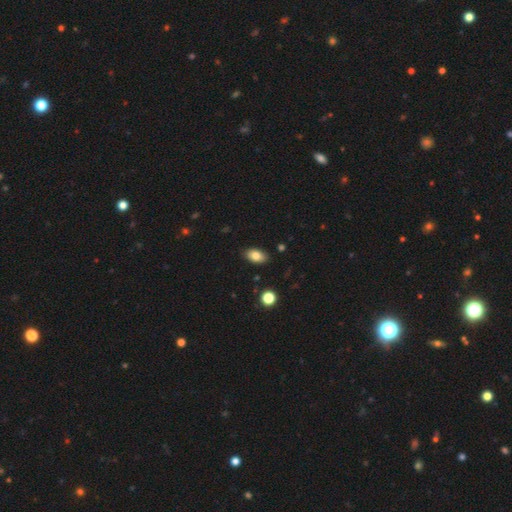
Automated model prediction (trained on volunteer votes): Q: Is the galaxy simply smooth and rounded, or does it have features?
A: smooth — 82%.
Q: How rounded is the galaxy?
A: in between — 91%.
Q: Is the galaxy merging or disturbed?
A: none — 86%.